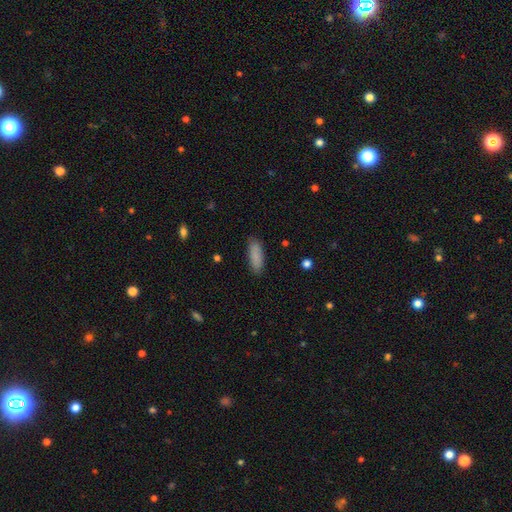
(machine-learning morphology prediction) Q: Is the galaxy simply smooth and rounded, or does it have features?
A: smooth — 87%.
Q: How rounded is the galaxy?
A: in between — 66%.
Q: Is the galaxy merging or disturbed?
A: none — 85%.